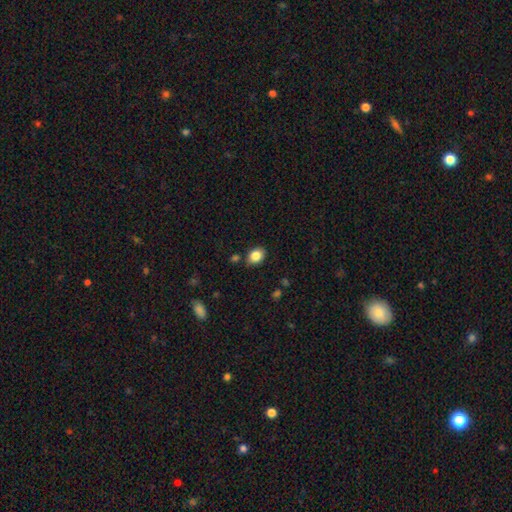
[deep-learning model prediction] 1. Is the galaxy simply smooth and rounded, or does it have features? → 84% smooth, 9% star or artifact, 6% featured or disk.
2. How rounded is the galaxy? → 65% in between, 34% round, 1% cigar-shaped.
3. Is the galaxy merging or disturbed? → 82% none, 13% minor disturbance, 3% merger, 3% major disturbance.